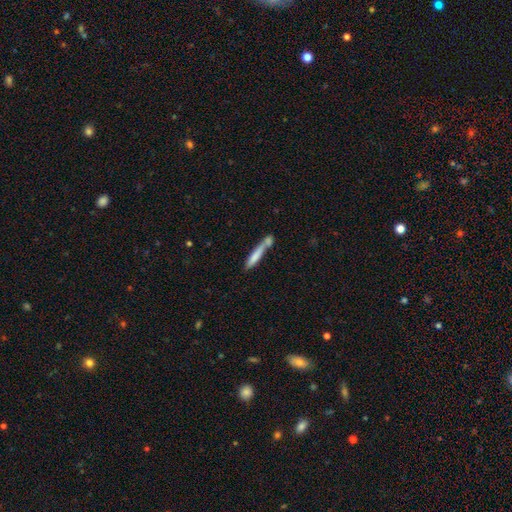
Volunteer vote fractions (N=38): smooth 68%, featured or disk 32%, star or artifact 0%. Down the decision tree: how rounded — cigar-shaped (92%); merging — merger (42%).